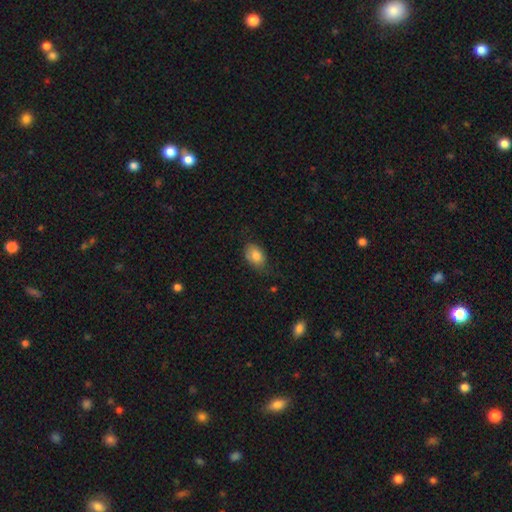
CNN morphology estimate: The model was most divided on "merging": none: 64%, minor disturbance: 27%, major disturbance: 7%, merger: 1%. More confident: how rounded — in between (83%); smooth or featured — smooth (80%).